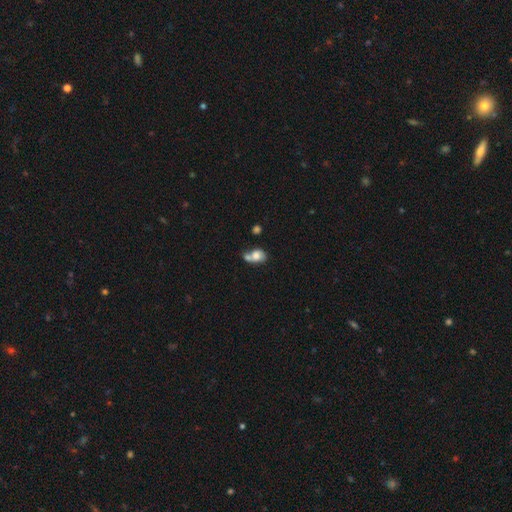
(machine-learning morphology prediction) Overall: smooth (71%). How rounded: in between (57%; round 42%). Merging: merger (56%; none 24%).